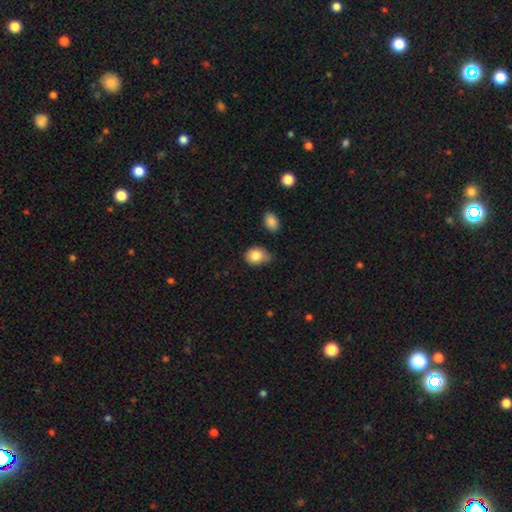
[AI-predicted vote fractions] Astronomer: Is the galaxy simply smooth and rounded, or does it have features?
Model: smooth — 83%.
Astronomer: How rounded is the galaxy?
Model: in between — 57% (runner-up: round, 42%).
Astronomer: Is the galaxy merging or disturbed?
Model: none — 50% (runner-up: minor disturbance, 39%).